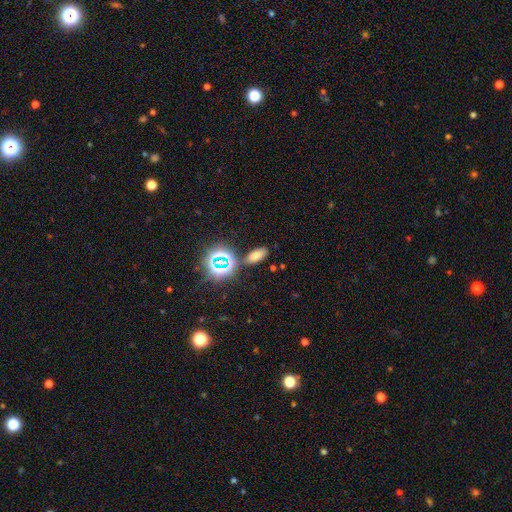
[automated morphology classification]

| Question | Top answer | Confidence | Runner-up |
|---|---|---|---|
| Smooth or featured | smooth | 65% | star or artifact (27%) |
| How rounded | in between | 86% | round (7%) |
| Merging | none | 81% | minor disturbance (10%) |